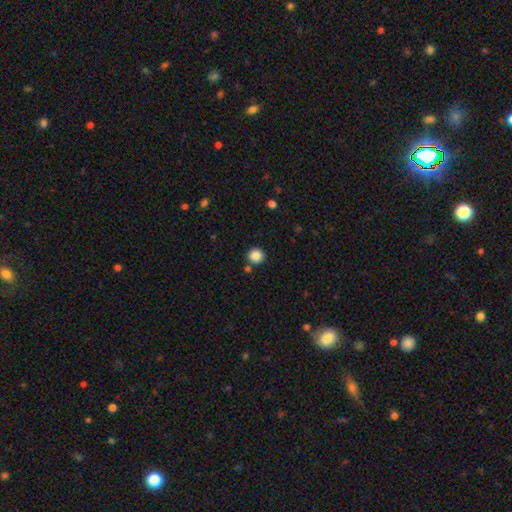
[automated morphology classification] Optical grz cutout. It shows a smooth galaxy with no disk features (86%) that is round (93%). Merging: none (85%).